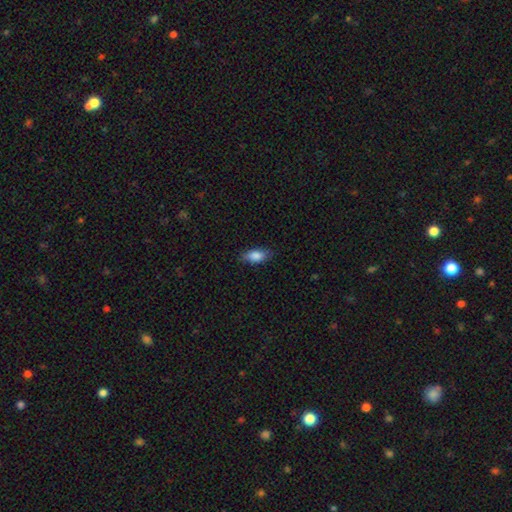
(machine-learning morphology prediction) Q: Smooth or featured?
A: smooth (85%); runner-up: featured or disk (8%)
Q: How rounded?
A: in between (85%); runner-up: cigar-shaped (11%)
Q: Merging?
A: none (83%); runner-up: minor disturbance (14%)